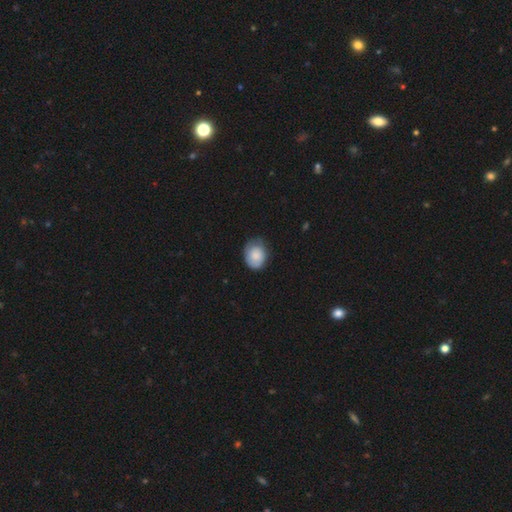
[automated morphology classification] A smooth galaxy with no disk features (80%) that is in between round and cigar-shaped (54%). Merging: none (62%).